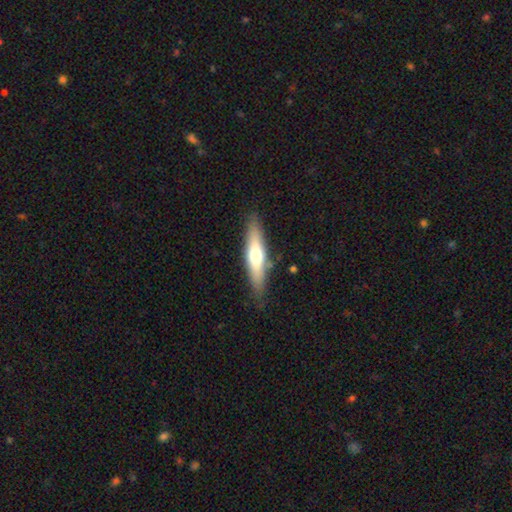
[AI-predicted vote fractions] Morphology: type=smooth (49%); merging=none (84%).